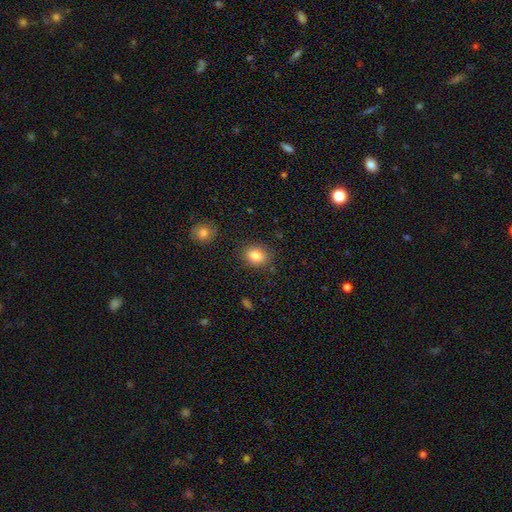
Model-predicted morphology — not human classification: Overall: smooth (83%). How rounded: round (60%; in between 39%). Merging: none (84%).